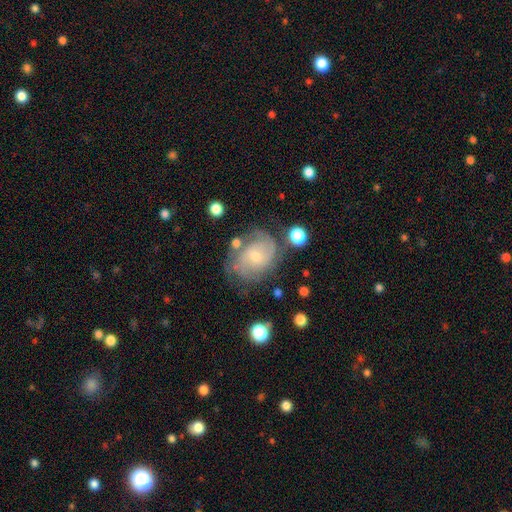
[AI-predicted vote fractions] Smooth or featured? featured or disk (76%)
Edge-on disk? no (97%)
Bar? no (60%)
Spiral arms? yes (92%)
Spiral winding? tight (53%)
Spiral arm count? 2 (38%)
Bulge size? small (58%)
Merging? none (65%)